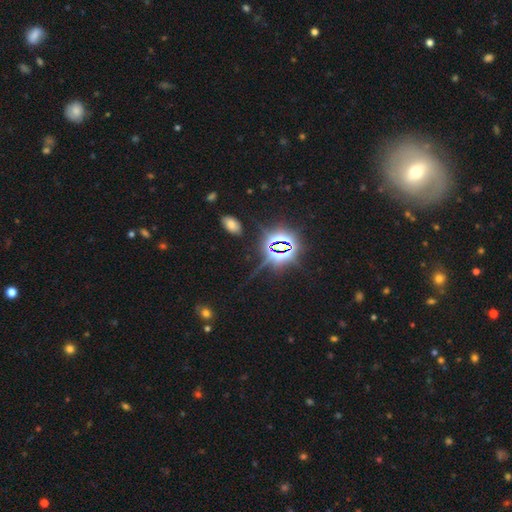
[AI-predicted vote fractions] Overall: star or artifact (65%).